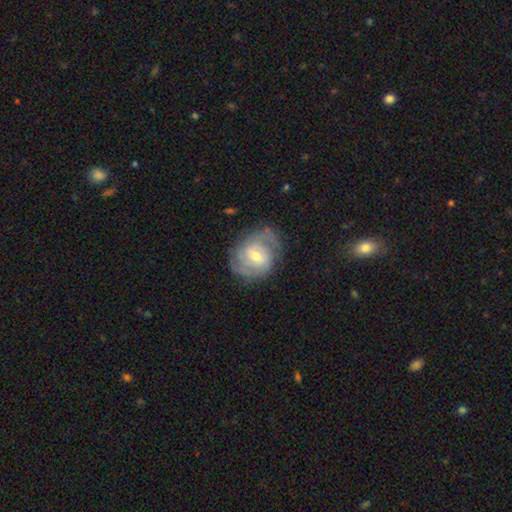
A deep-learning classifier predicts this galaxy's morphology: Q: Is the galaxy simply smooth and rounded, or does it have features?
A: featured or disk — 78%.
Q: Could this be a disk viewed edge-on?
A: no — 97%.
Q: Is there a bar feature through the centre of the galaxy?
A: weak — 51%.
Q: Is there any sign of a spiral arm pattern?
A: yes — 93%.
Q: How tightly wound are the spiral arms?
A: tight — 50%.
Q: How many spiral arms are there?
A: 2 — 50%.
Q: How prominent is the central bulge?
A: moderate — 52%.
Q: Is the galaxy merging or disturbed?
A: none — 72%.